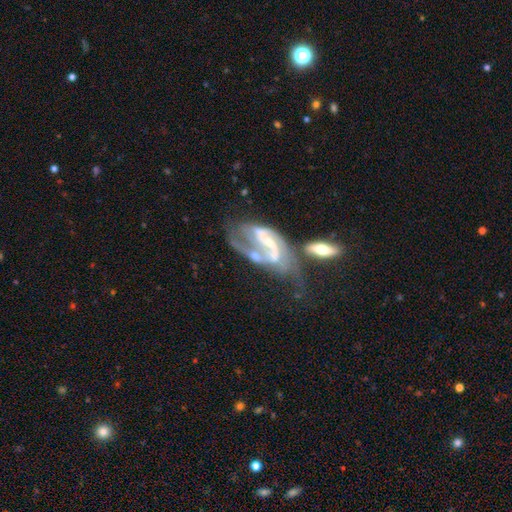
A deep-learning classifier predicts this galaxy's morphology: smooth-or-featured: featured or disk: 86% | smooth: 7% | star or artifact: 7%
  disk-edge-on: no: 96% | yes: 4%
    bar: weak: 41% | strong: 33% | no: 26%
    has-spiral-arms: yes: 91% | no: 9%
      spiral-winding: medium: 44% | loose: 41% | tight: 16%
      spiral-arm-count: 2: 77% | can't tell: 9% | 1: 8% | 3: 3% | 4: 1% | more than 4: 1%
    bulge-size: small: 50% | none: 23% | moderate: 23% | large: 3% | dominant: 1%
  merging: merger: 31% | major disturbance: 29% | none: 24% | minor disturbance: 15%